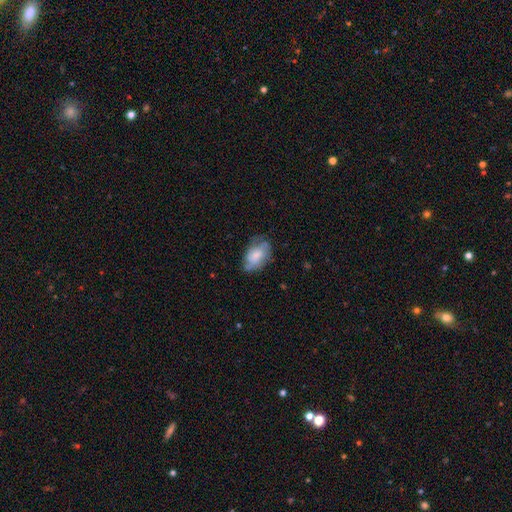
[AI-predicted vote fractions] Morphology: type=smooth (60%); roundness=in between (91%); merging=none (56%).